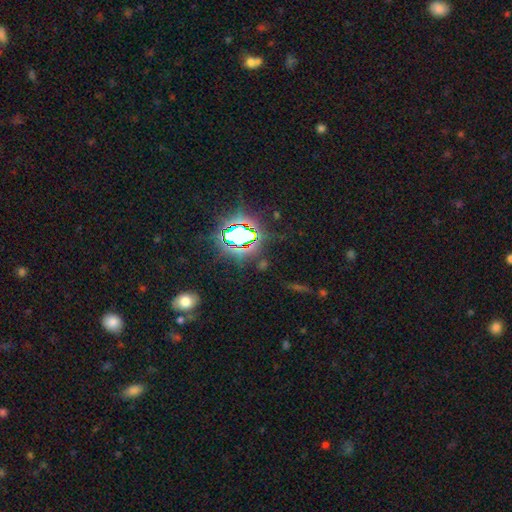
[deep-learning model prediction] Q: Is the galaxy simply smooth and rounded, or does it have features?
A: star or artifact — 80%.